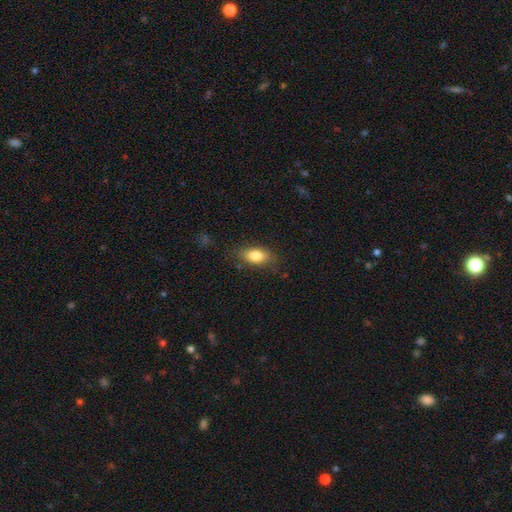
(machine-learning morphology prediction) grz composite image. It shows a smooth galaxy with no disk features (81%) that is in between round and cigar-shaped (86%). Merging: none (77%).